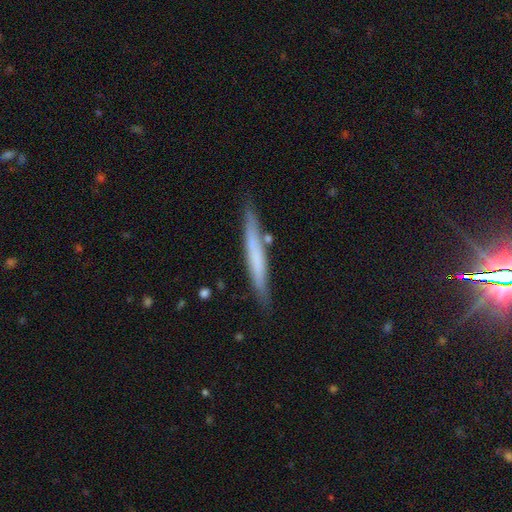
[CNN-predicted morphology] This is possibly a smooth galaxy (53%). How rounded: clearly cigar-shaped (96%). Merging: clearly none (83%).